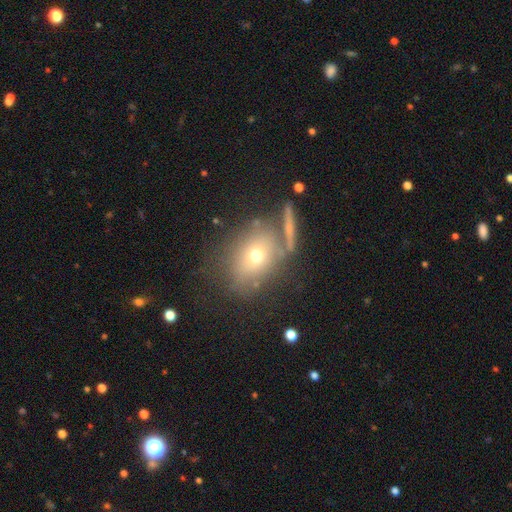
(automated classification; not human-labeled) smooth_or_featured: smooth (p=0.63) [alt: featured or disk p=0.23]
how_rounded: in between (p=0.49) [alt: round p=0.48]
merging: none (p=0.65) [alt: minor disturbance p=0.14]